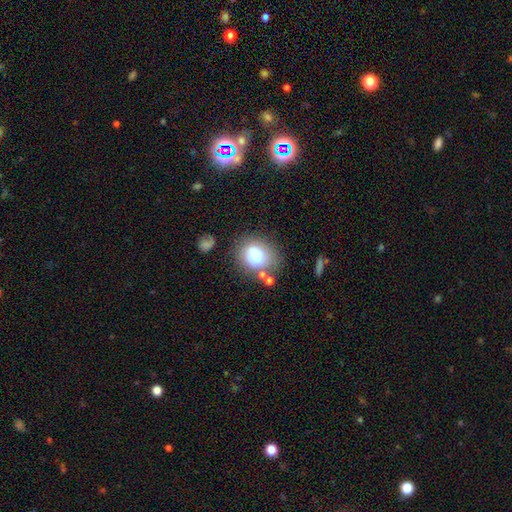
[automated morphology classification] Smooth or featured: smooth — 76% (featured or disk — 15%)
How rounded: in between — 56% (round — 43%)
Merging: none — 52% (minor disturbance — 21%)